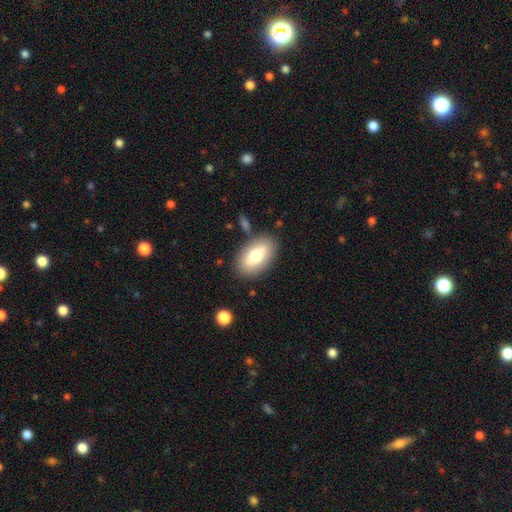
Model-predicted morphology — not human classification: Smooth or featured? smooth (71%)
How rounded? in between (92%)
Merging? none (83%)